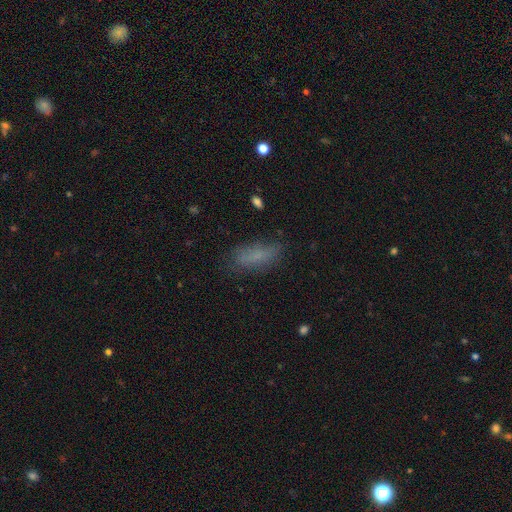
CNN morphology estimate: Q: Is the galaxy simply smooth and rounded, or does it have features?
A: smooth — 74%.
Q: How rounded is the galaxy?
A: in between — 59%.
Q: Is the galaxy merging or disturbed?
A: none — 72%.